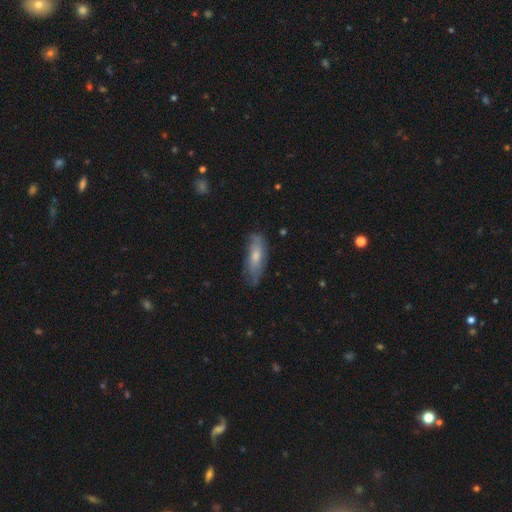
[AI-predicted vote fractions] smooth_or_featured: smooth (p=0.57) [alt: featured or disk p=0.36]
how_rounded: in between (p=0.59) [alt: cigar-shaped p=0.39]
merging: none (p=0.66) [alt: minor disturbance p=0.26]